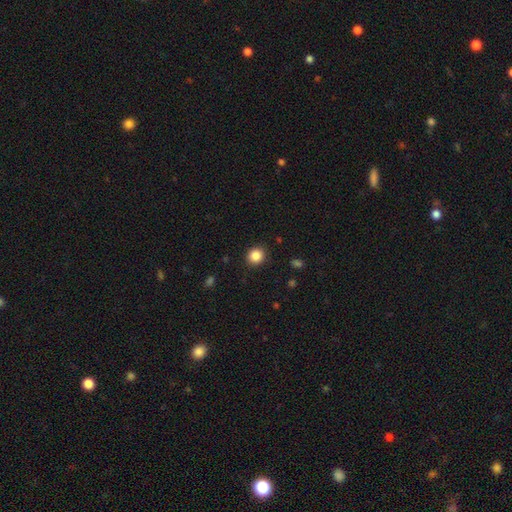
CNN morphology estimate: This appears to be a smooth galaxy with no disk features (86%) that is round (86%). Merging: none (90%).